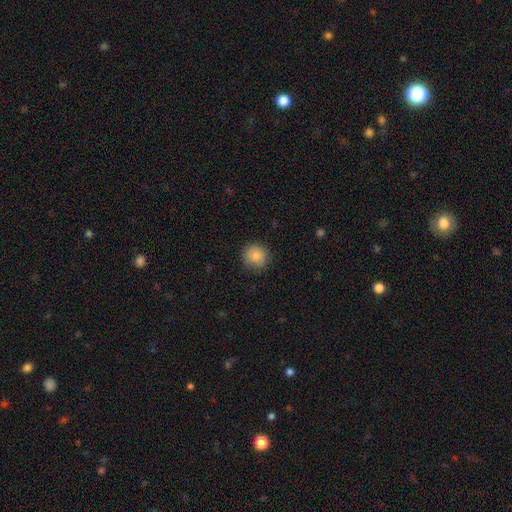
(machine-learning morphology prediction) Overall: smooth (86%). How rounded: round (92%). Merging: none (87%).